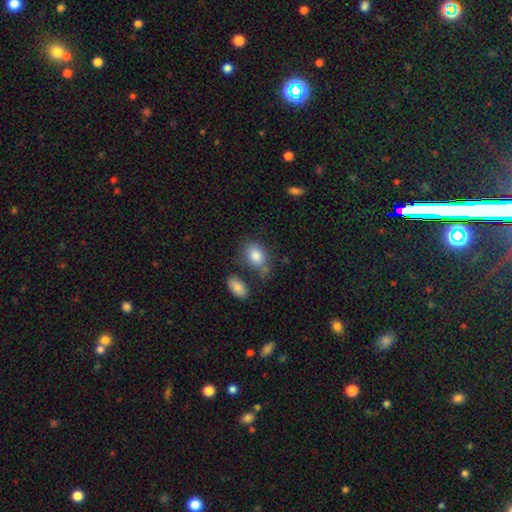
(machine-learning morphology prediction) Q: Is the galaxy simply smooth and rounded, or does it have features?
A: smooth — 84%.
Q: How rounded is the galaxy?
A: in between — 75%.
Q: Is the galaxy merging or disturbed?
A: none — 55%.